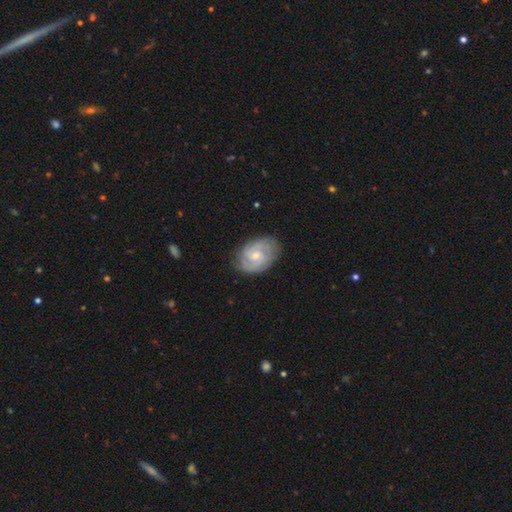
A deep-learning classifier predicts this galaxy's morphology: Overall: featured or disk (80%). Edge-on disk: no (97%). Bar: no (49%; weak 46%). Spiral arms: yes (95%). Spiral arm count: 2 (56%; 3 17%). Spiral winding: tight (49%; medium 42%). Bulge size: moderate (49%; small 46%). Merging: none (77%).